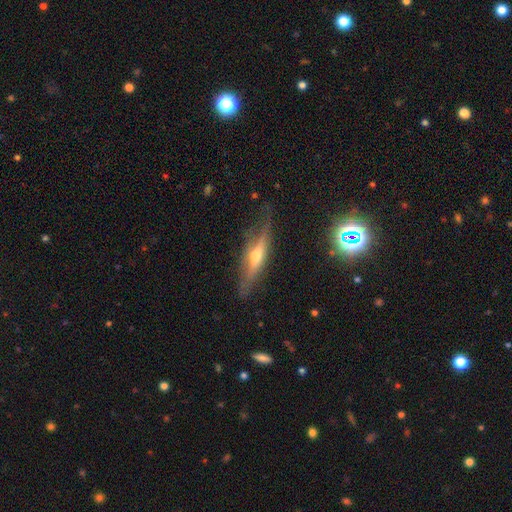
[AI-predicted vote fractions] A featured or disk galaxy (63%) viewed edge-on (89%) with a rounded central bulge (87%).

Vote fractions:
- Smooth or featured? featured or disk: 63% / smooth: 29% / star or artifact: 8%
- Edge-on disk? yes: 89% / no: 11%
- Edge-on bulge? rounded: 87% / none: 7% / boxy: 6%
- Merging? none: 73% / minor disturbance: 18% / major disturbance: 6% / merger: 2%